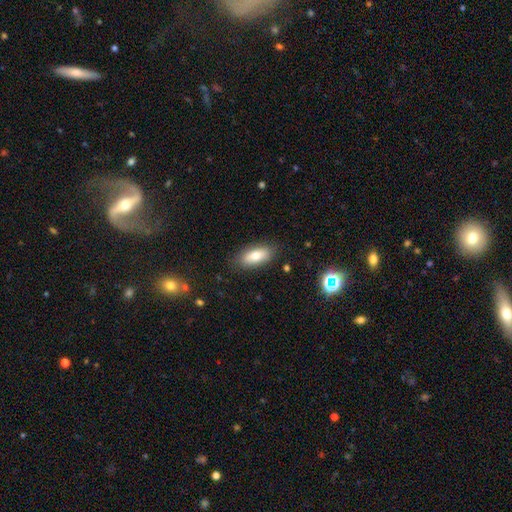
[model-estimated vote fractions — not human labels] This appears to be a smooth galaxy with no disk features (75%) that is in between round and cigar-shaped (85%). Merging: none (84%).